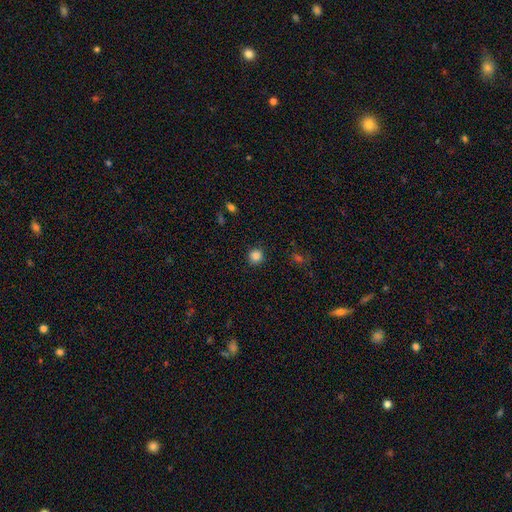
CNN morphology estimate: The model was most divided on "smooth or featured": smooth: 85%, star or artifact: 11%, featured or disk: 3%. More confident: how rounded — round (91%); merging — none (91%).